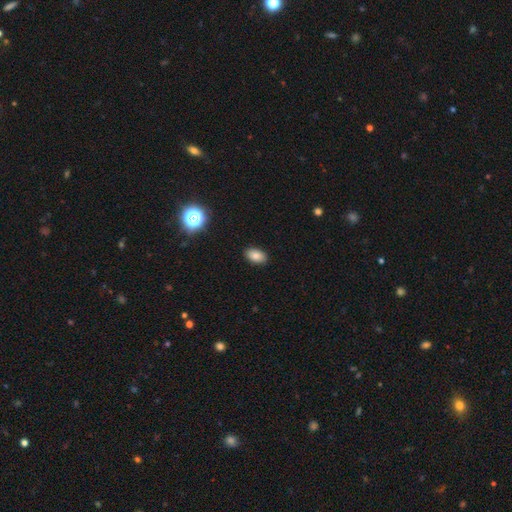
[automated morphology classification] The model was most divided on "smooth or featured": smooth: 83%, star or artifact: 11%, featured or disk: 6%. More confident: how rounded — in between (90%); merging — none (89%).